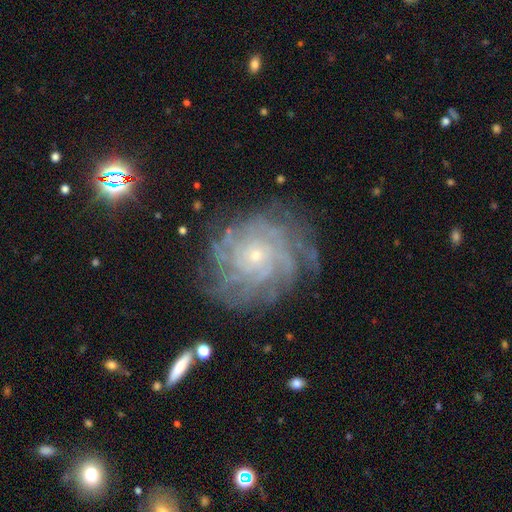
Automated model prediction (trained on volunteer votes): featured or disk 85%, smooth 8%, star or artifact 7%. Down the decision tree: edge-on disk — no (97%); bar — no (82%); spiral arms — yes (95%); spiral arm count — can't tell (31%); spiral winding — tight (75%); bulge size — small (83%); merging — none (75%).